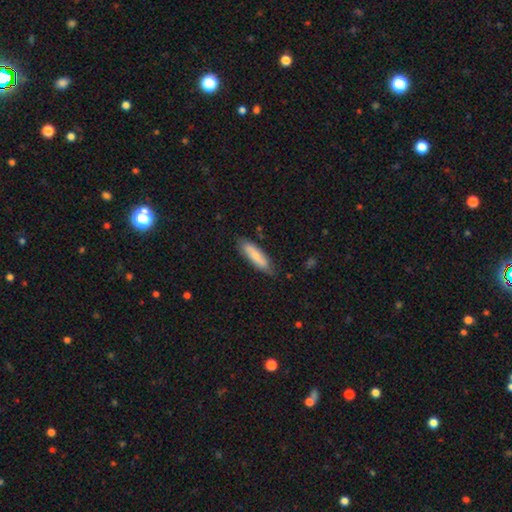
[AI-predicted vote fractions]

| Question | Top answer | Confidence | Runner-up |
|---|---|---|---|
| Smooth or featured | smooth | 73% | featured or disk (22%) |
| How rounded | cigar-shaped | 55% | in between (43%) |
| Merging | none | 76% | minor disturbance (19%) |